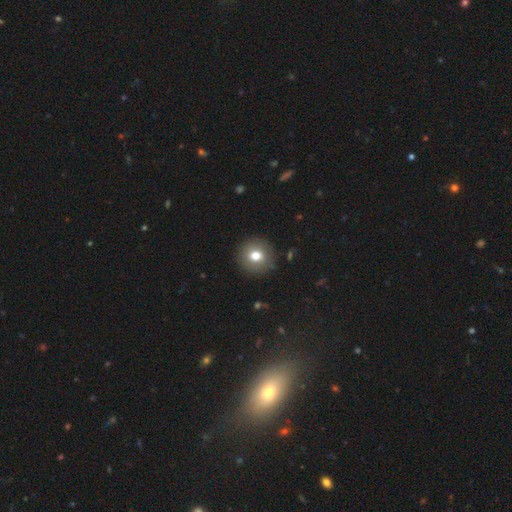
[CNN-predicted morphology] This is likely a smooth galaxy (74%). How rounded: clearly round (92%). Merging: clearly none (90%).